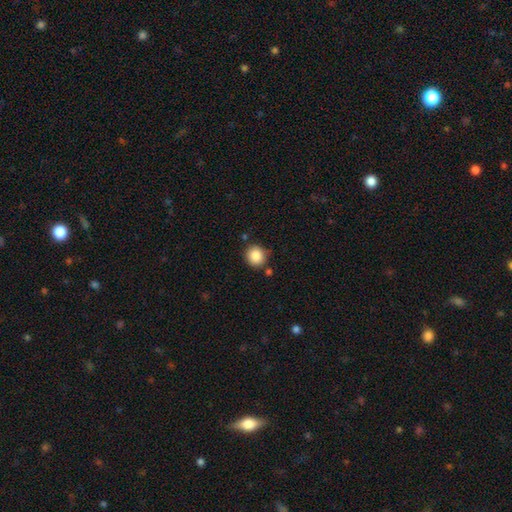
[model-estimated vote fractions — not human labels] smooth-or-featured: smooth: 86% | star or artifact: 9% | featured or disk: 4%
  how-rounded: round: 88% | in between: 11% | cigar-shaped: 1%
  merging: none: 83% | minor disturbance: 10% | merger: 5% | major disturbance: 3%